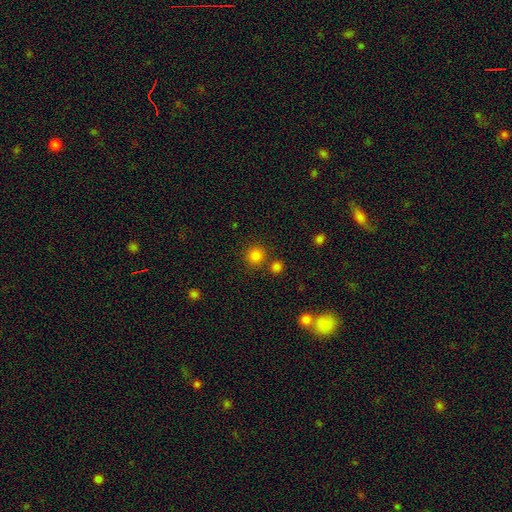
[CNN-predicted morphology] Q: Smooth or featured?
A: smooth (82%); runner-up: star or artifact (14%)
Q: How rounded?
A: round (91%); runner-up: in between (8%)
Q: Merging?
A: none (77%); runner-up: merger (12%)